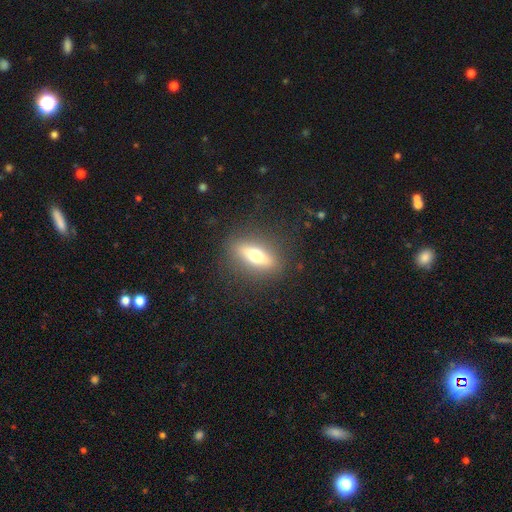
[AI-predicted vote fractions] Smooth or featured? smooth (52%)
How rounded? in between (53%)
Merging? none (86%)